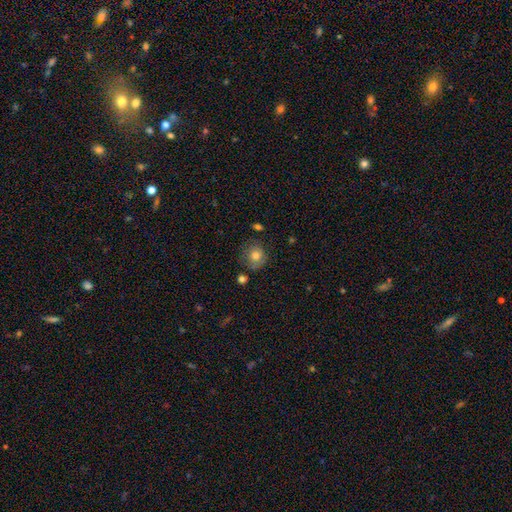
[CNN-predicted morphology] A smooth galaxy with no disk features (75%) that is round (85%).

Vote fractions:
- Smooth or featured? smooth: 75% / featured or disk: 14% / star or artifact: 11%
- How rounded? round: 85% / in between: 14% / cigar-shaped: 1%
- Merging? none: 70% / minor disturbance: 19% / major disturbance: 6% / merger: 5%